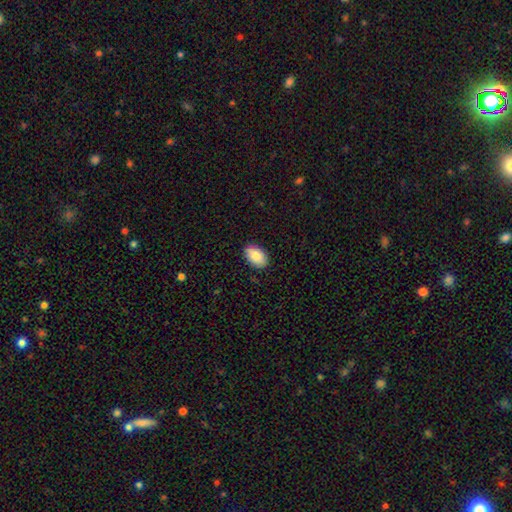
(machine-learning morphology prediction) This is clearly a smooth galaxy (85%). How rounded: clearly in between (92%). Merging: clearly none (88%).